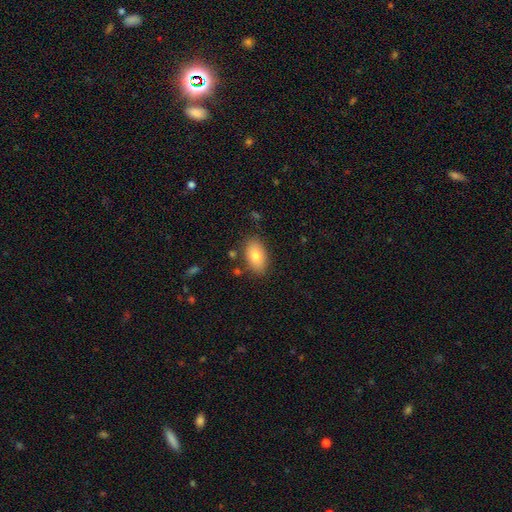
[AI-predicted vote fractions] This appears to be a smooth galaxy with no disk features (80%) that is in between round and cigar-shaped (92%). Merging: none (84%).